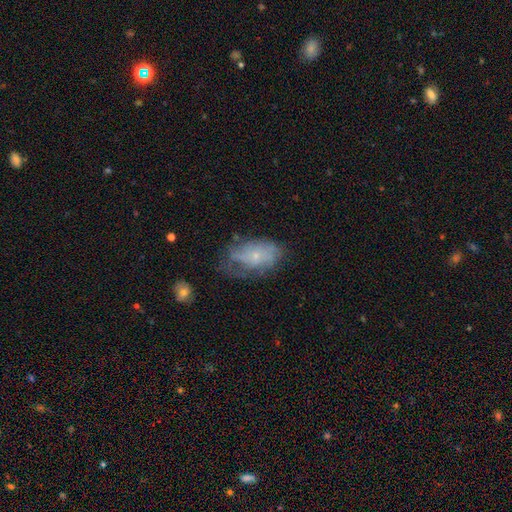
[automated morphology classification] Smooth or featured: featured or disk — 53% (smooth — 38%)
Edge-on disk: no — 95% (yes — 5%)
Bar: no — 82% (weak — 15%)
Spiral arms: yes — 65% (no — 35%)
Bulge size: small — 79% (moderate — 14%)
Merging: none — 45% (minor disturbance — 31%)